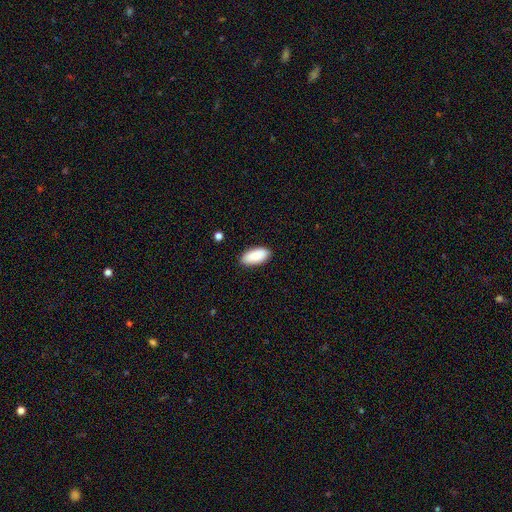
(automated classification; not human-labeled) This appears to be a smooth galaxy with no disk features (88%) that is in between round and cigar-shaped (92%). Merging: none (88%).